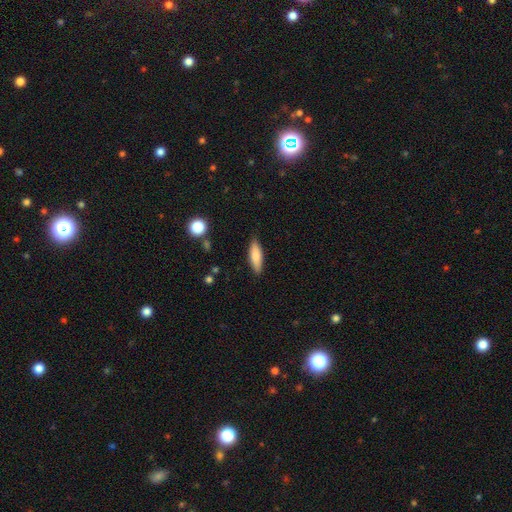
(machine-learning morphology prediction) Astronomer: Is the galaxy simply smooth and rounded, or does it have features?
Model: smooth — 81%.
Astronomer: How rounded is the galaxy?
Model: cigar-shaped — 50% (runner-up: in between, 48%).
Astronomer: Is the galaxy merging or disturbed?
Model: none — 85%.